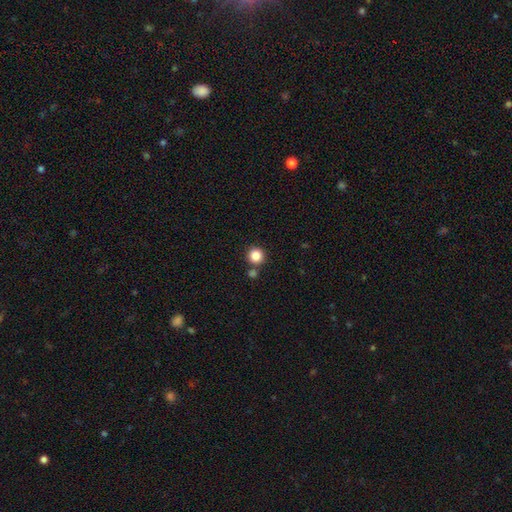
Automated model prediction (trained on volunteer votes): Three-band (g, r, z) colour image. It shows a smooth galaxy with no disk features (85%) that is round (94%). Merging: none (78%).